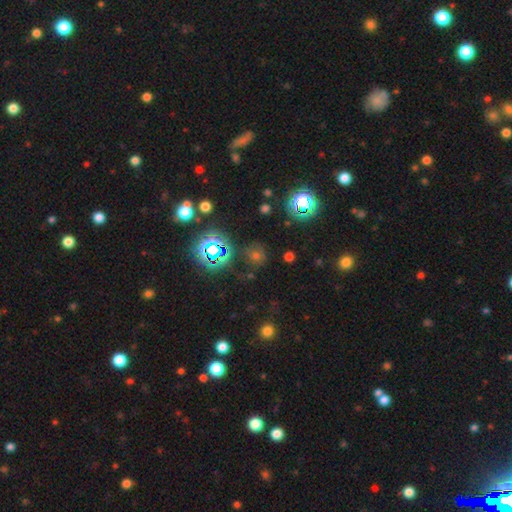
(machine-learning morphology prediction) This appears to be a star or artifact, not a galaxy (50%).